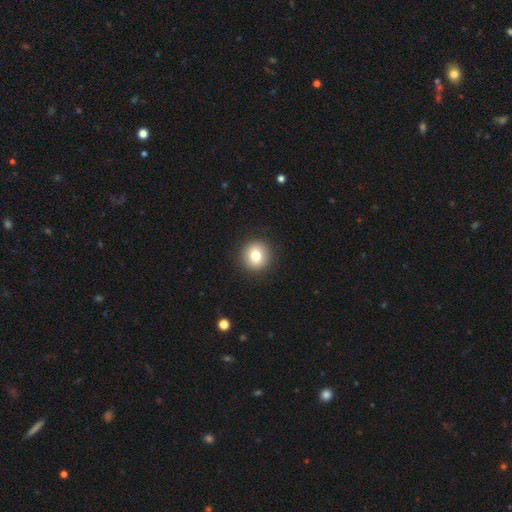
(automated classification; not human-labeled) Overall: smooth (79%). How rounded: round (93%). Merging: none (92%).